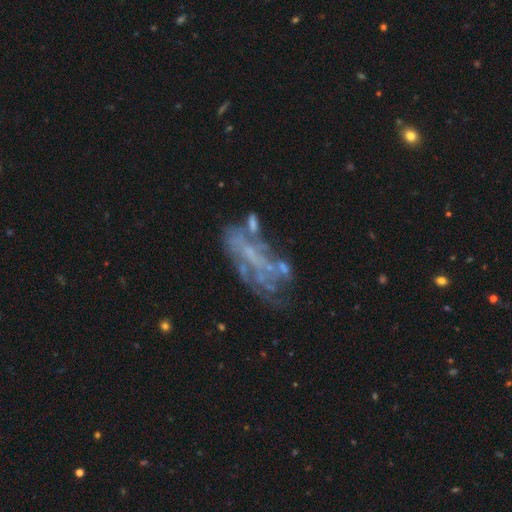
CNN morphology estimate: smooth-or-featured: featured or disk: 62% | smooth: 19% | star or artifact: 19%
  disk-edge-on: no: 90% | yes: 10%
    bar: no: 69% | weak: 18% | strong: 13%
    has-spiral-arms: no: 76% | yes: 24%
    bulge-size: none: 70% | small: 21% | moderate: 6% | large: 1% | dominant: 1%
  merging: none: 41% | major disturbance: 28% | minor disturbance: 19% | merger: 12%